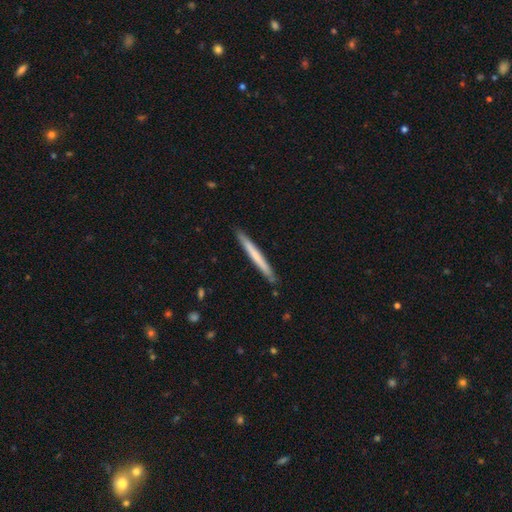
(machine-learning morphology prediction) Overall: smooth (60%; featured or disk 35%). How rounded: cigar-shaped (97%). Merging: none (90%).